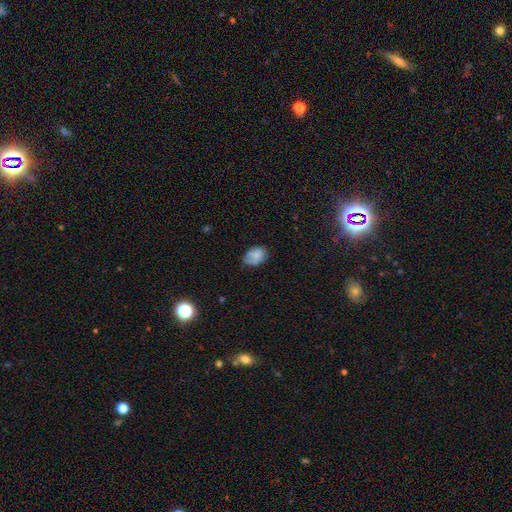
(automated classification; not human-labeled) The model was most divided on "merging": none: 56%, minor disturbance: 33%, major disturbance: 9%, merger: 2%. More confident: how rounded — in between (83%); smooth or featured — smooth (76%).